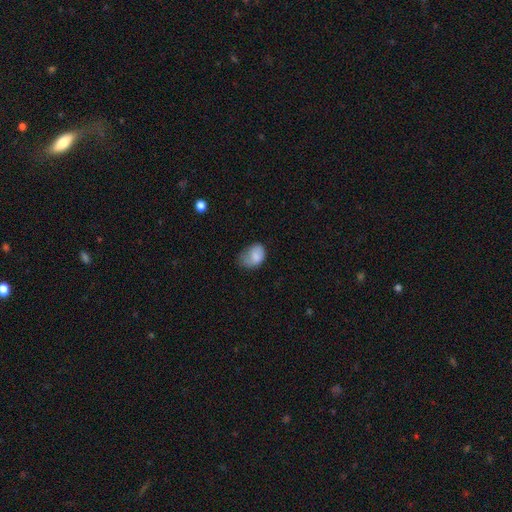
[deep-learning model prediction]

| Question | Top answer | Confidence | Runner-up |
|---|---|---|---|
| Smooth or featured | smooth | 81% | featured or disk (11%) |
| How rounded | in between | 76% | round (23%) |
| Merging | minor disturbance | 42% | none (31%) |